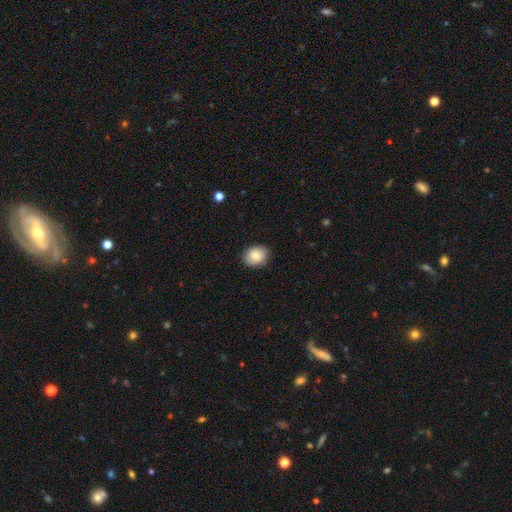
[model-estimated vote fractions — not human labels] Smooth or featured? Predicted: smooth (p=0.83). How rounded? Predicted: in between (p=0.50). Merging? Predicted: none (p=0.85).